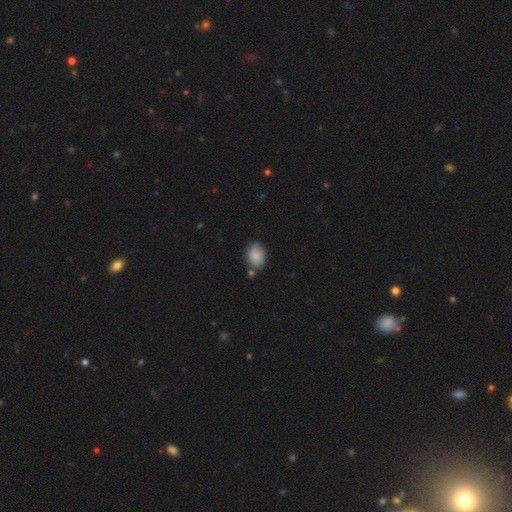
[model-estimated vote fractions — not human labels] A smooth galaxy with no disk features (84%) that is in between round and cigar-shaped (69%).

Vote fractions:
- Smooth or featured? smooth: 84% / featured or disk: 9% / star or artifact: 7%
- How rounded? in between: 69% / round: 30% / cigar-shaped: 1%
- Merging? none: 65% / minor disturbance: 22% / merger: 8% / major disturbance: 4%